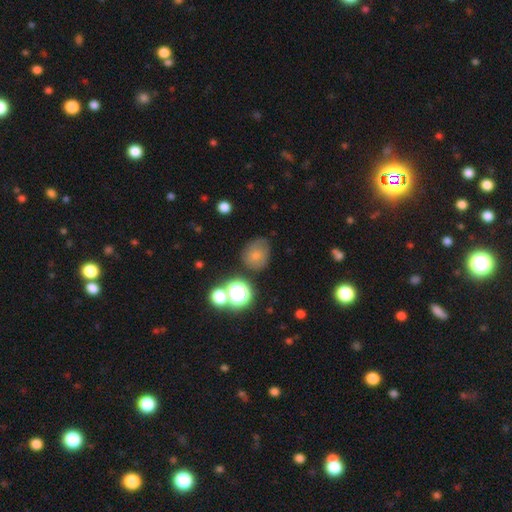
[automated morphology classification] This is likely a smooth galaxy (68%). How rounded: likely round (68%). Merging: likely none (64%).